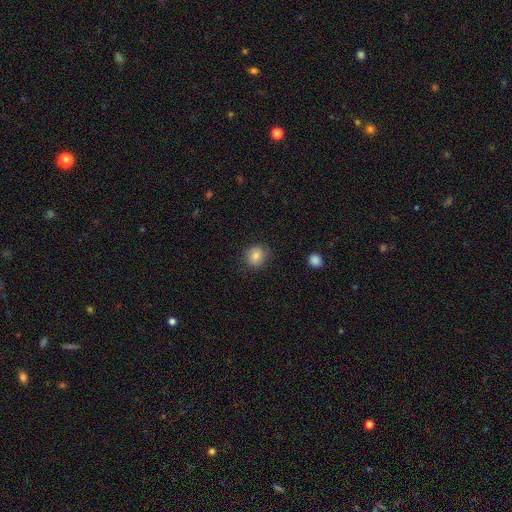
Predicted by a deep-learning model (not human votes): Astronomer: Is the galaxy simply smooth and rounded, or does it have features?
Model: smooth — 81%.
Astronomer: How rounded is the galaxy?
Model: round — 77%.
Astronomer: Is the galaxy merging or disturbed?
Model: none — 82%.